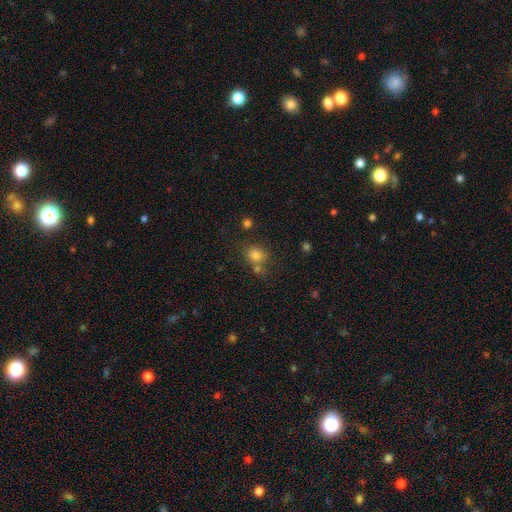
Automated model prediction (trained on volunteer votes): This appears to be a smooth galaxy with no disk features (78%) that is round (73%). Merging: none (61%).